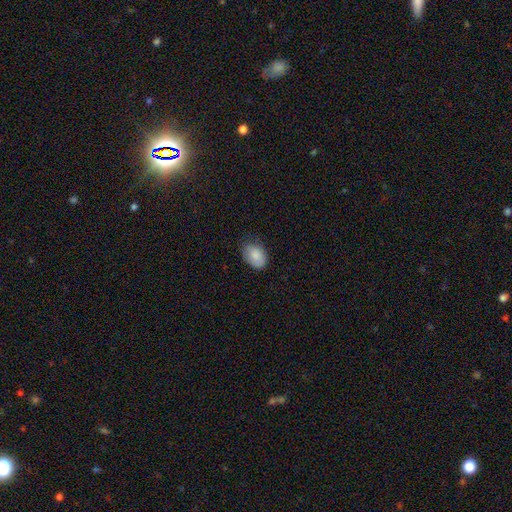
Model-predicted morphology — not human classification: Smooth or featured: smooth — 85% (featured or disk — 8%)
How rounded: in between — 81% (round — 18%)
Merging: none — 70% (minor disturbance — 24%)